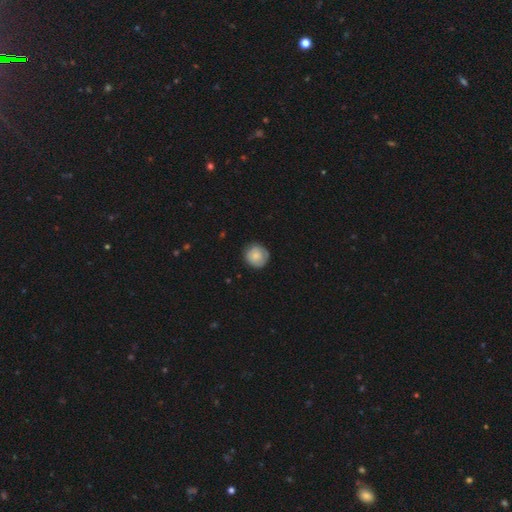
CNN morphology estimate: smooth_or_featured: smooth (p=0.78) [alt: featured or disk p=0.15]
how_rounded: round (p=0.92) [alt: in between p=0.07]
merging: none (p=0.82) [alt: minor disturbance p=0.14]